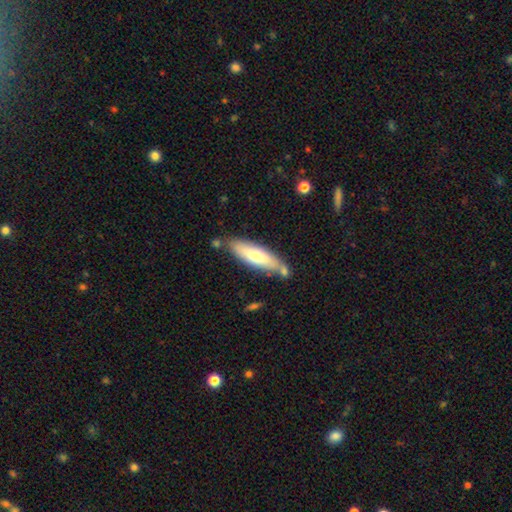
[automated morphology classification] Smooth or featured? smooth (64%)
How rounded? cigar-shaped (61%)
Merging? none (70%)